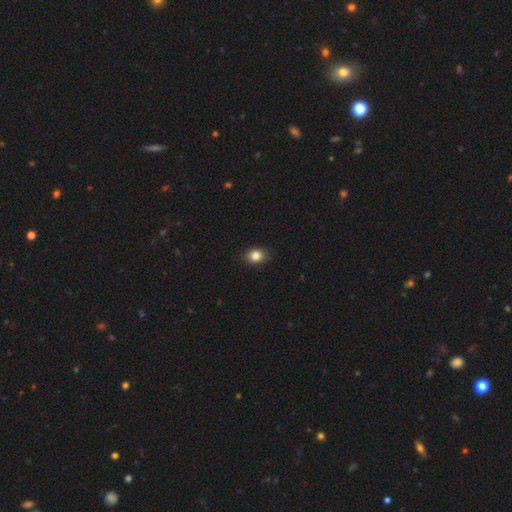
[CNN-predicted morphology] Smooth or featured?
  - smooth: 85% *
  - star or artifact: 10%
  - featured or disk: 6%
How rounded?
  - in between: 53% *
  - round: 46%
  - cigar-shaped: 1%
Merging?
  - none: 90% *
  - minor disturbance: 7%
  - major disturbance: 2%
  - merger: 1%